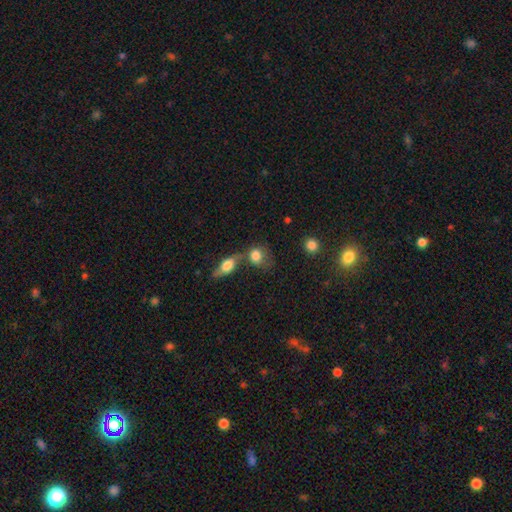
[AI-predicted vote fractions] smooth-or-featured: smooth: 78% | featured or disk: 13% | star or artifact: 9%
  how-rounded: round: 54% | in between: 43% | cigar-shaped: 2%
  merging: merger: 46% | none: 33% | minor disturbance: 12% | major disturbance: 8%